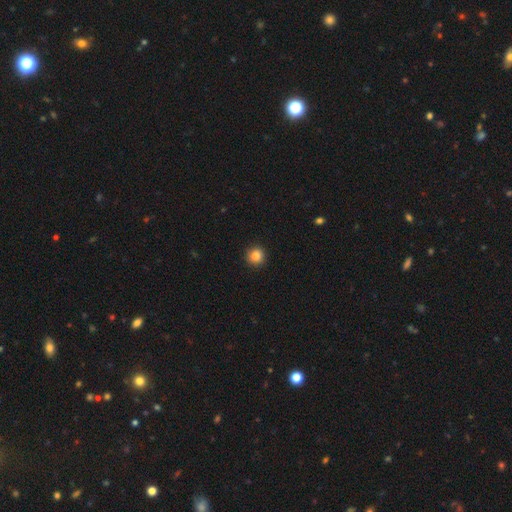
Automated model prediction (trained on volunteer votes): Smooth or featured? Predicted: smooth (p=0.85). How rounded? Predicted: round (p=0.95). Merging? Predicted: none (p=0.93).